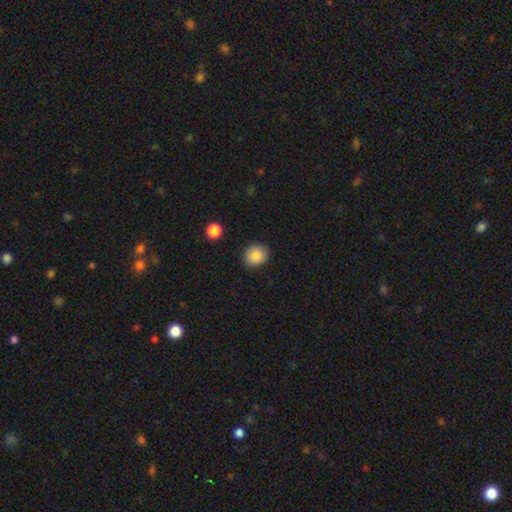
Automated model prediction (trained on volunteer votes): Smooth or featured? smooth (88%)
How rounded? round (79%)
Merging? none (88%)